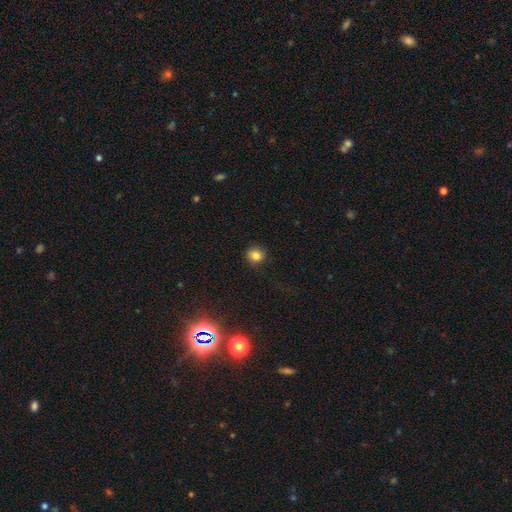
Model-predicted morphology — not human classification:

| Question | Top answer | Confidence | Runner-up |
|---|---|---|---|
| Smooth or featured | smooth | 82% | star or artifact (12%) |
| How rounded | round | 86% | in between (13%) |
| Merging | none | 87% | minor disturbance (9%) |